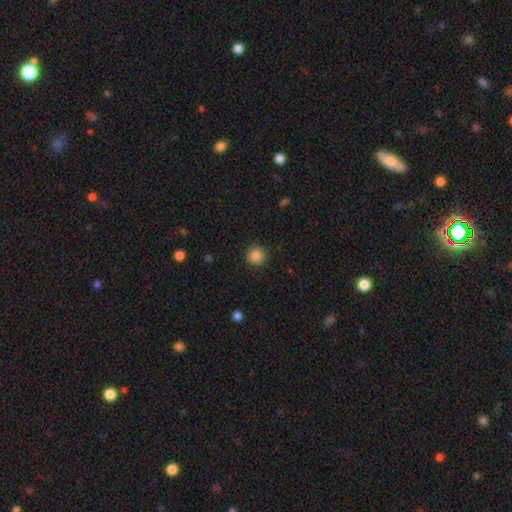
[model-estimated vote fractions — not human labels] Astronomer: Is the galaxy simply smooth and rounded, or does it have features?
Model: smooth — 87%.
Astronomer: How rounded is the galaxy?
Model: round — 95%.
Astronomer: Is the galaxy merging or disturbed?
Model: none — 91%.